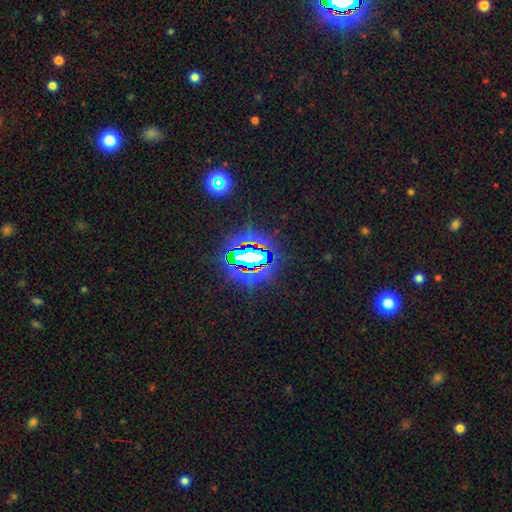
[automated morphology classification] Smooth or featured?
  - star or artifact: 77% *
  - featured or disk: 12%
  - smooth: 11%